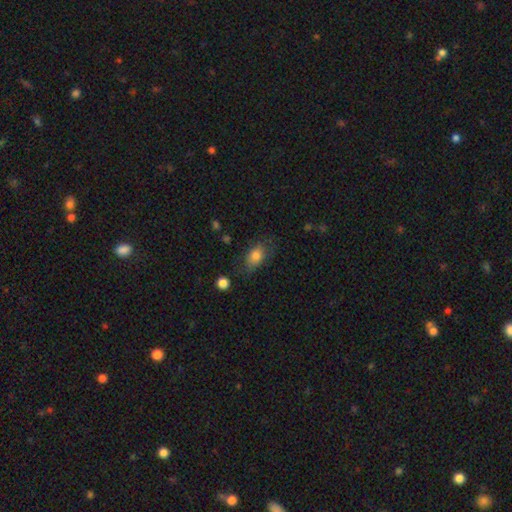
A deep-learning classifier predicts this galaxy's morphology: A smooth galaxy with no disk features (79%) that is in between round and cigar-shaped (85%). Merging: none (62%).